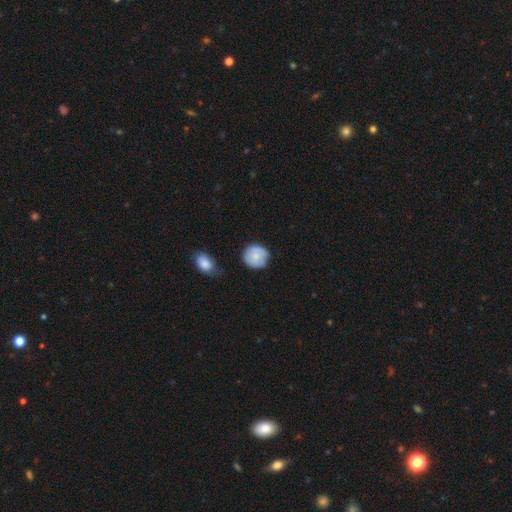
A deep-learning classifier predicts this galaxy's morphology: Smooth or featured? Predicted: smooth (p=0.71). How rounded? Predicted: round (p=0.89). Merging? Predicted: none (p=0.69).